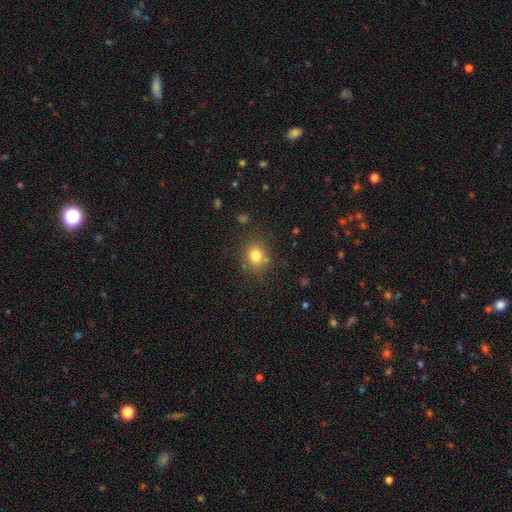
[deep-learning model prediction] smooth-or-featured: smooth: 78% | star or artifact: 13% | featured or disk: 8%
  how-rounded: round: 73% | in between: 26% | cigar-shaped: 1%
  merging: none: 78% | minor disturbance: 12% | merger: 6% | major disturbance: 4%